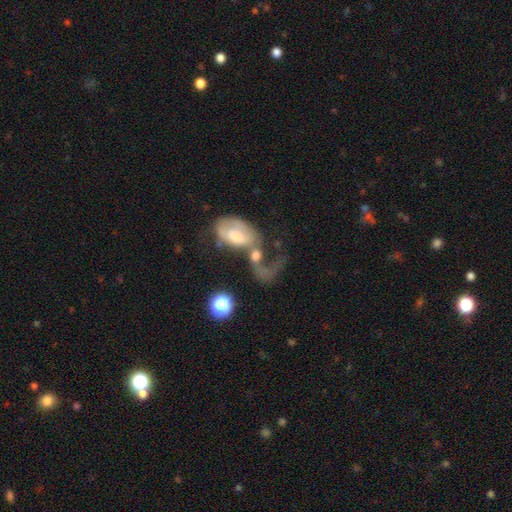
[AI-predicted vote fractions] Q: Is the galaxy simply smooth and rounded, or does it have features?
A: featured or disk — 47%.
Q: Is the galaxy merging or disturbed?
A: merger — 52%.